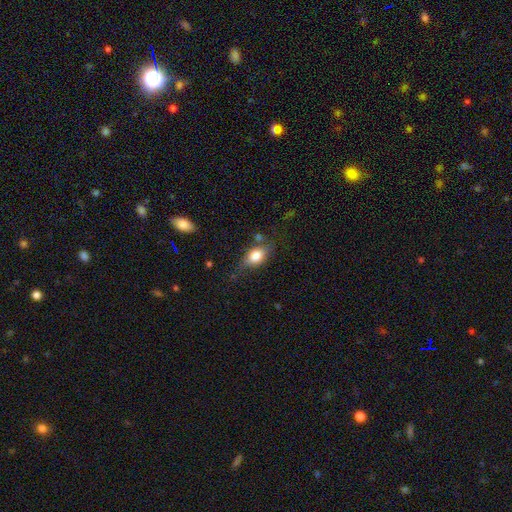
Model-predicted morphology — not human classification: Smooth or featured? smooth (78%)
How rounded? in between (82%)
Merging? none (63%)